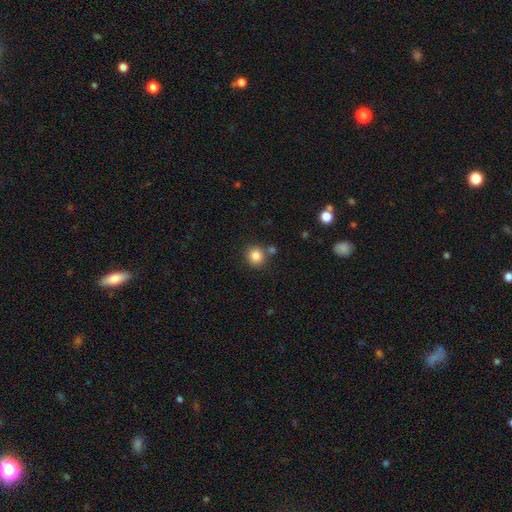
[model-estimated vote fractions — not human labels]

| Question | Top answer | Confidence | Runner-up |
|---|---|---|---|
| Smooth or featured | smooth | 85% | star or artifact (10%) |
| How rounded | round | 89% | in between (10%) |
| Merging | none | 78% | merger (10%) |